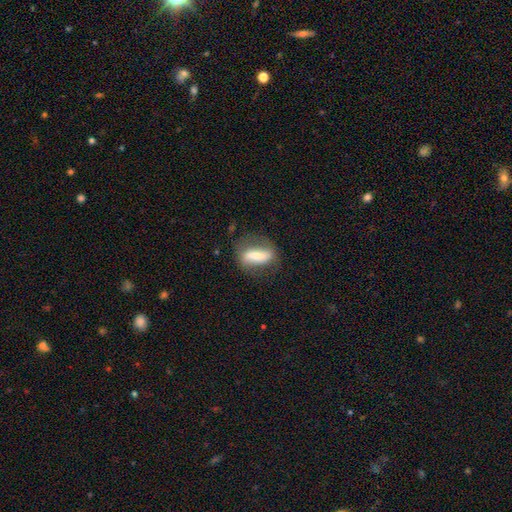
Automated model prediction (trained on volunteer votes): Smooth or featured: smooth — 51% (featured or disk — 41%)
How rounded: in between — 61% (cigar-shaped — 33%)
Merging: none — 65% (minor disturbance — 21%)